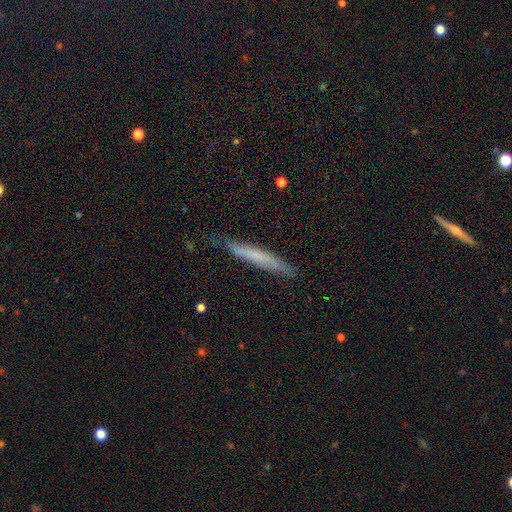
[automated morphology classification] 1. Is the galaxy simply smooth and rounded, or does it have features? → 55% smooth, 38% featured or disk, 7% star or artifact.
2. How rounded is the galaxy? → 96% cigar-shaped, 3% in between, 1% round.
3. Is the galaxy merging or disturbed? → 80% none, 16% minor disturbance, 3% major disturbance, 1% merger.